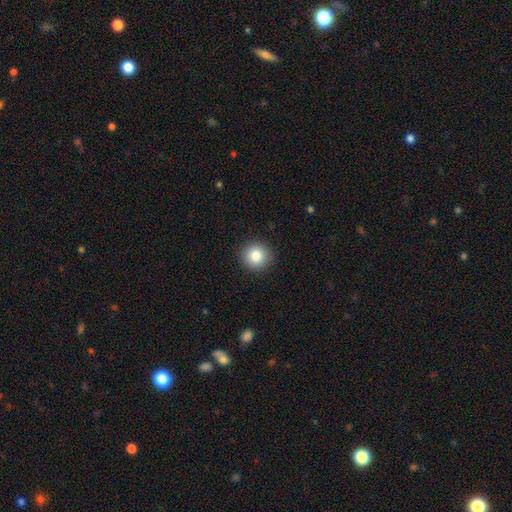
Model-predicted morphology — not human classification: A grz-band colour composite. It shows a smooth galaxy with no disk features (84%) that is round (93%). Merging: none (91%).